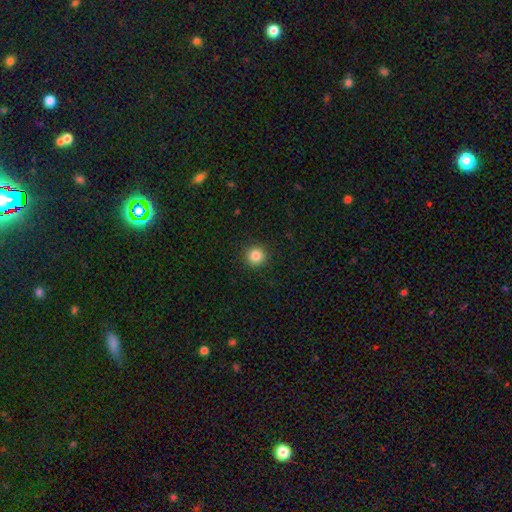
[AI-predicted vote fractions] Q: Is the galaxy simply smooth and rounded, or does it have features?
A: smooth — 85%.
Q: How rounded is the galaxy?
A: round — 95%.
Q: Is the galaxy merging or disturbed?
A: none — 92%.